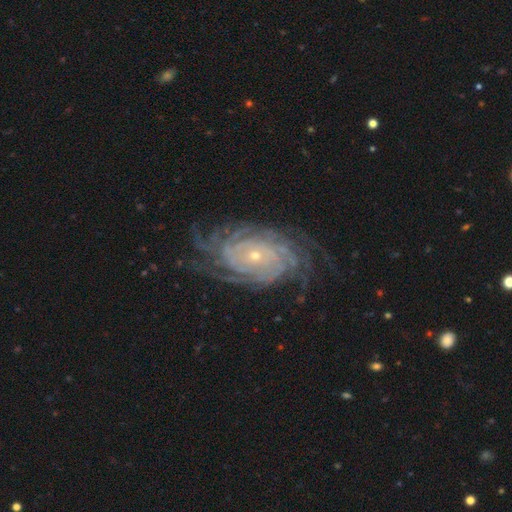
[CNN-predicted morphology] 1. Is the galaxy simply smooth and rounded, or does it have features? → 90% featured or disk, 6% star or artifact, 4% smooth.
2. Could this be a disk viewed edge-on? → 97% no, 3% yes.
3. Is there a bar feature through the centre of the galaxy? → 77% no, 16% weak, 7% strong.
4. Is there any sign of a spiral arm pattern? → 98% yes, 2% no.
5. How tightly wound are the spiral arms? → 81% tight, 16% medium, 4% loose.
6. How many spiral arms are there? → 36% more than 4, 20% can't tell, 19% 4, 9% 3, 9% 2, 7% 1.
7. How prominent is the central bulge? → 79% small, 17% moderate, 2% large, 1% none, 1% dominant.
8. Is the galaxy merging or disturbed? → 74% none, 16% minor disturbance, 8% major disturbance, 1% merger.